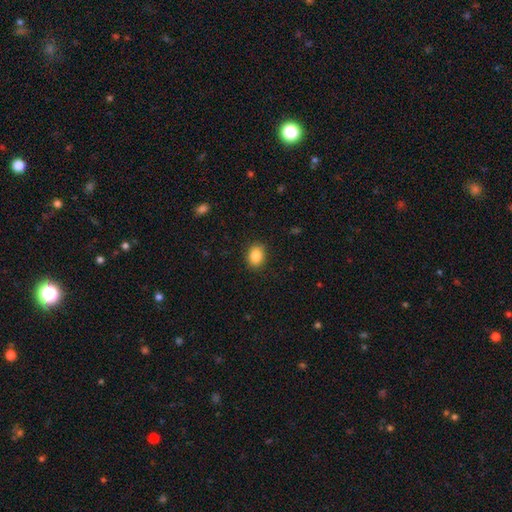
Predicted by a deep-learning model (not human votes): smooth-or-featured: smooth: 86% | star or artifact: 9% | featured or disk: 5%
  how-rounded: in between: 58% | round: 41% | cigar-shaped: 1%
  merging: none: 88% | minor disturbance: 8% | major disturbance: 2% | merger: 1%